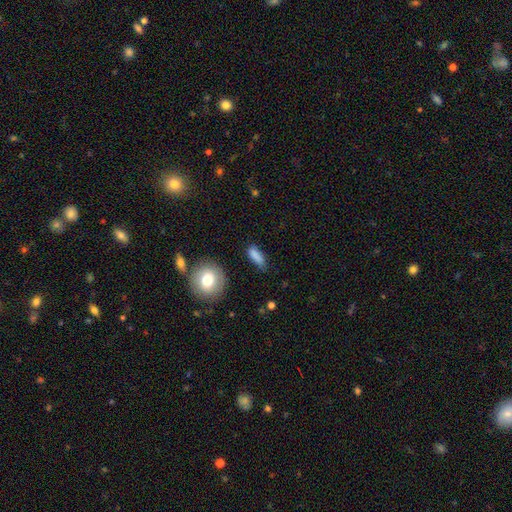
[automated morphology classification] smooth 83%, featured or disk 9%, star or artifact 8%. Down the decision tree: how rounded — in between (54%); merging — none (70%).